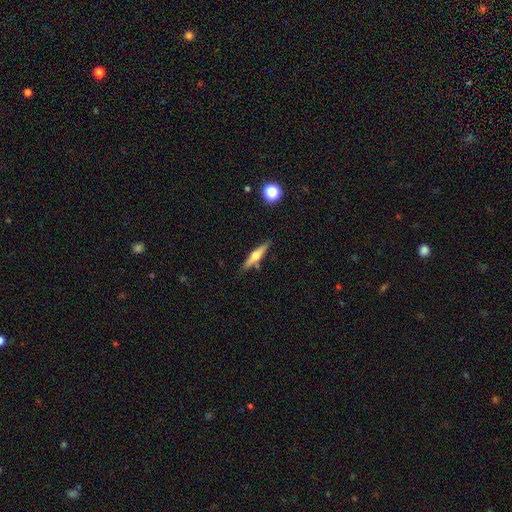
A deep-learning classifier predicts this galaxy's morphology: Smooth or featured?
  - featured or disk: 62% *
  - smooth: 32%
  - star or artifact: 6%
Edge-on disk?
  - yes: 96% *
  - no: 4%
Edge-on bulge?
  - rounded: 93% *
  - boxy: 4%
  - none: 3%
Merging?
  - none: 83% *
  - minor disturbance: 11%
  - merger: 4%
  - major disturbance: 2%